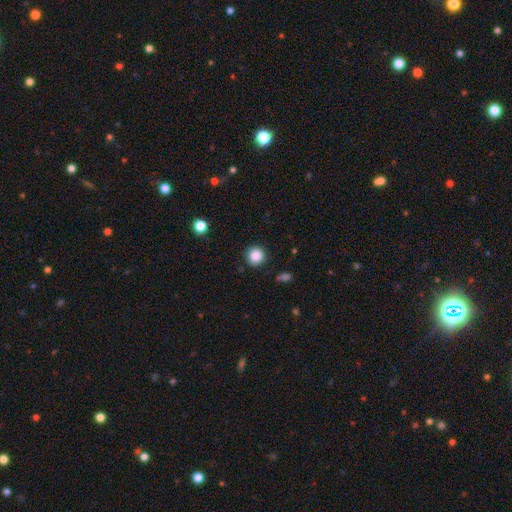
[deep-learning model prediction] The model was most divided on "smooth or featured": smooth: 86%, star or artifact: 10%, featured or disk: 3%. More confident: how rounded — round (92%); merging — none (88%).